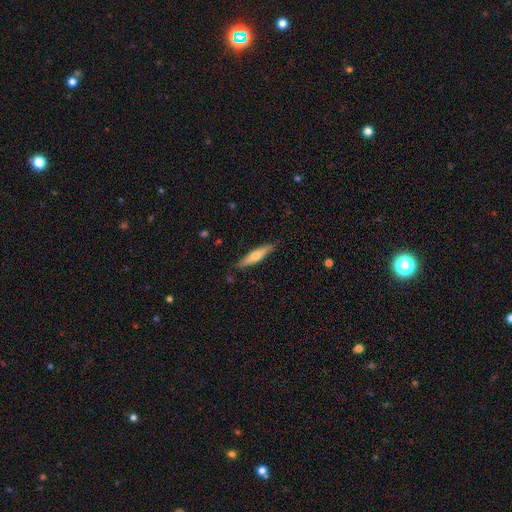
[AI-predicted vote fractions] Smooth or featured?
  - smooth: 52% *
  - featured or disk: 42%
  - star or artifact: 6%
How rounded?
  - cigar-shaped: 84% *
  - in between: 15%
  - round: 2%
Merging?
  - none: 87% *
  - minor disturbance: 10%
  - major disturbance: 2%
  - merger: 1%